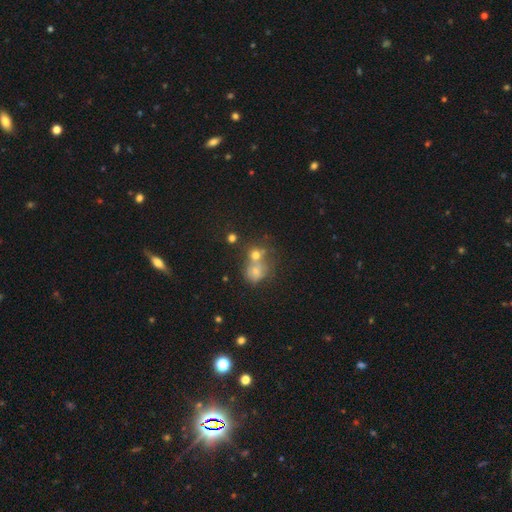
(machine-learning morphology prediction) smooth-or-featured: smooth: 54% | star or artifact: 28% | featured or disk: 18%
  how-rounded: round: 76% | in between: 22% | cigar-shaped: 2%
  merging: merger: 46% | none: 41% | minor disturbance: 8% | major disturbance: 4%